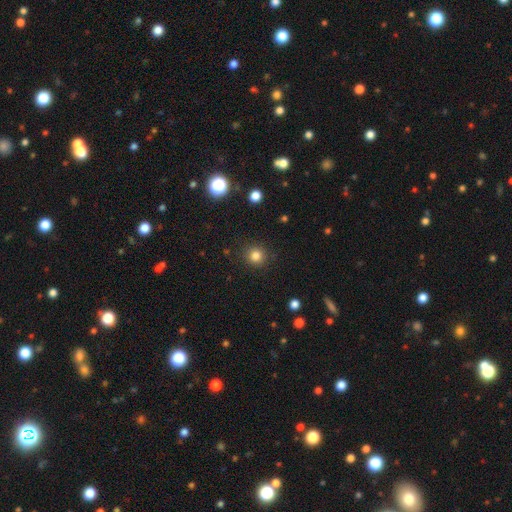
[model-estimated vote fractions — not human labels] A smooth galaxy with no disk features (82%) that is round (92%).

Vote fractions:
- Smooth or featured? smooth: 82% / star or artifact: 13% / featured or disk: 5%
- How rounded? round: 92% / in between: 7% / cigar-shaped: 1%
- Merging? none: 90% / minor disturbance: 6% / major disturbance: 2% / merger: 1%